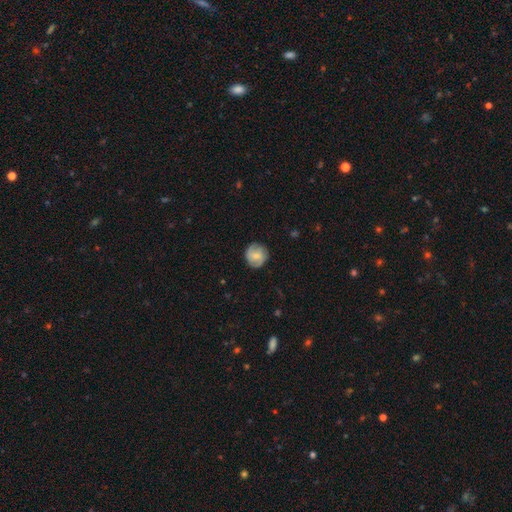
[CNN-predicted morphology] smooth_or_featured: smooth (p=0.52) [alt: featured or disk p=0.40]
how_rounded: round (p=0.89) [alt: in between p=0.09]
merging: none (p=0.82) [alt: minor disturbance p=0.14]